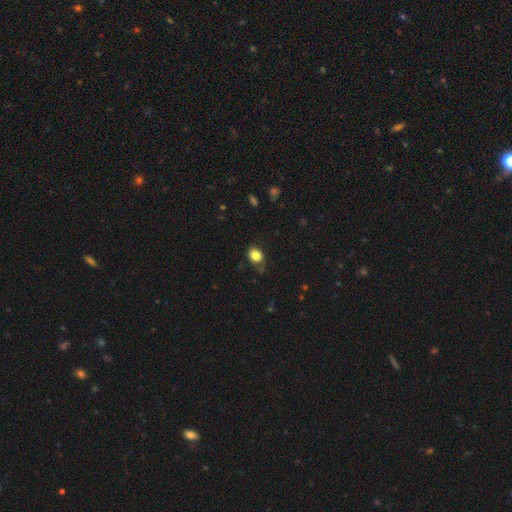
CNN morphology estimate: smooth_or_featured: smooth (p=0.82) [alt: star or artifact p=0.10]
how_rounded: in between (p=0.57) [alt: round p=0.42]
merging: none (p=0.66) [alt: minor disturbance p=0.25]